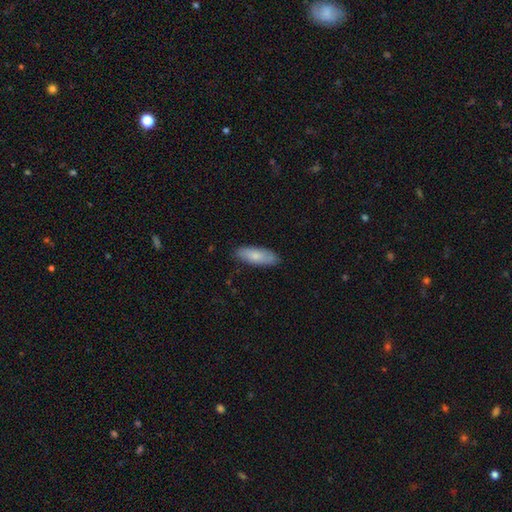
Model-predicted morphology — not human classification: smooth 79%, featured or disk 15%, star or artifact 6%. Down the decision tree: how rounded — in between (67%); merging — none (85%).